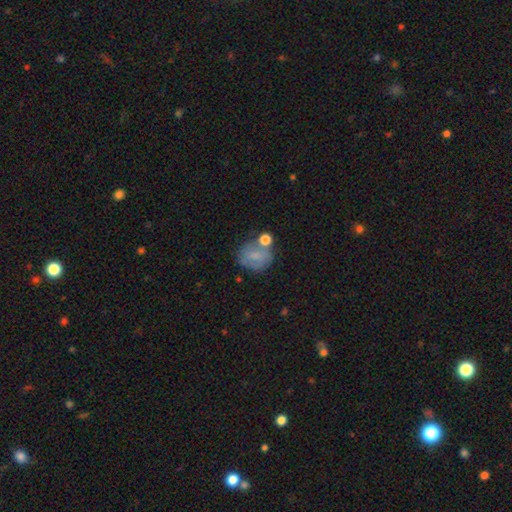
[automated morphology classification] This is likely a smooth galaxy (63%). How rounded: likely round (65%). Merging: possibly none (50%).